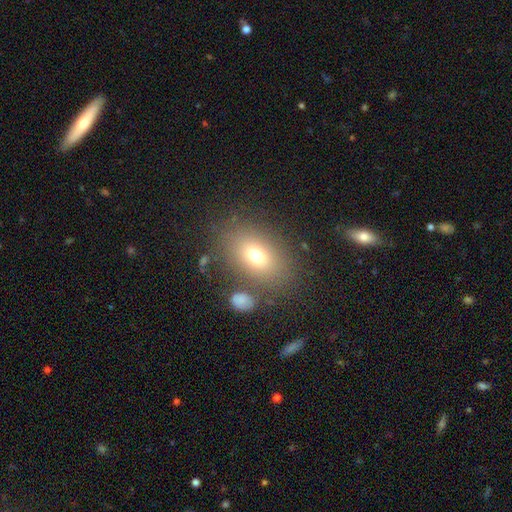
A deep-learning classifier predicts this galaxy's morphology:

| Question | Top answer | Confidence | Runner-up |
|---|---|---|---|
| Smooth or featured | smooth | 71% | featured or disk (15%) |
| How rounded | in between | 77% | round (22%) |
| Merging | none | 78% | minor disturbance (11%) |